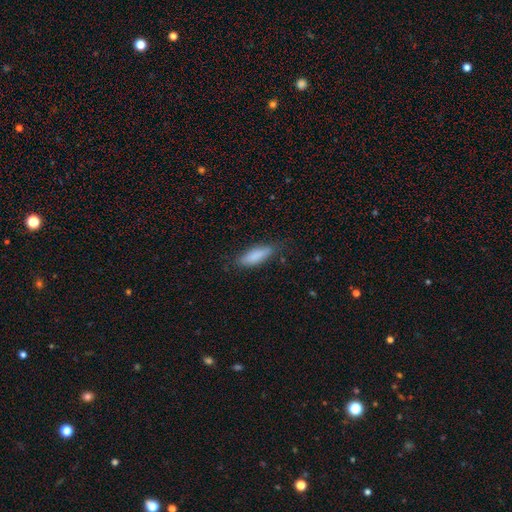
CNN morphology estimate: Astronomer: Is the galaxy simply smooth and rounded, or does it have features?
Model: smooth — 84%.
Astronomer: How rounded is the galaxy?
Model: cigar-shaped — 51% (runner-up: in between, 47%).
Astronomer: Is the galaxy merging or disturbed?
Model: none — 75%.